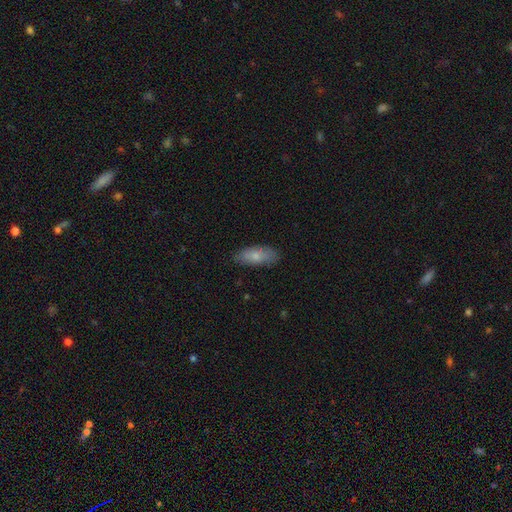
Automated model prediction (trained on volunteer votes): Overall: smooth (76%). How rounded: in between (79%). Merging: none (80%).